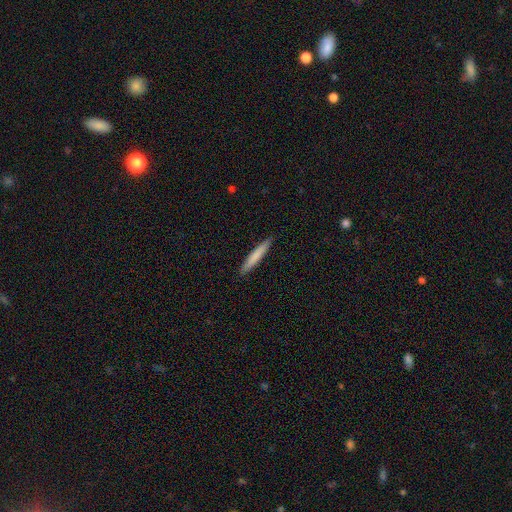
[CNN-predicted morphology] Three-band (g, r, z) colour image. It shows a smooth galaxy with no disk features (76%) that is cigar-shaped (95%). Merging: none (91%).